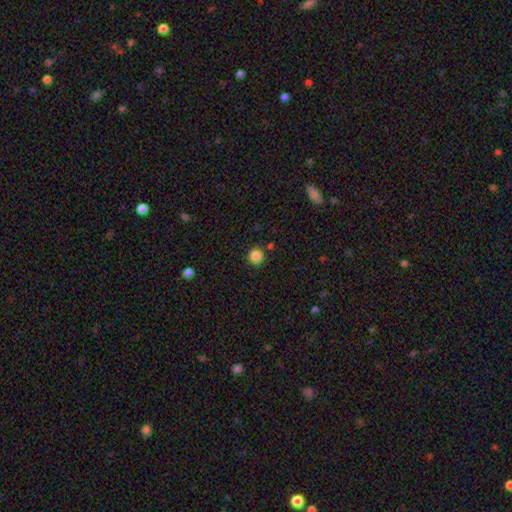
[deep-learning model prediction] Smooth or featured? Predicted: smooth (p=0.86). How rounded? Predicted: round (p=0.94). Merging? Predicted: none (p=0.88).